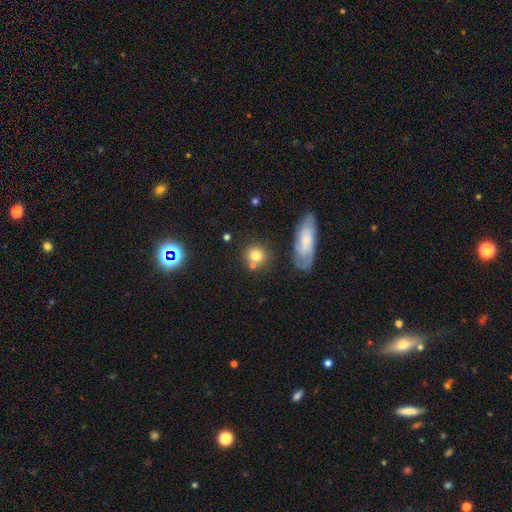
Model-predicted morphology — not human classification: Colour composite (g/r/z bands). It shows a smooth galaxy with no disk features (77%) that is round (87%). Merging: none (71%).